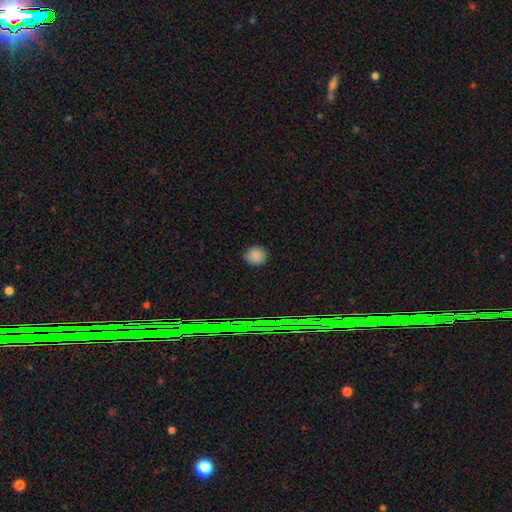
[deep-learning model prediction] This is clearly a smooth galaxy (84%). How rounded: clearly round (88%). Merging: clearly none (89%).